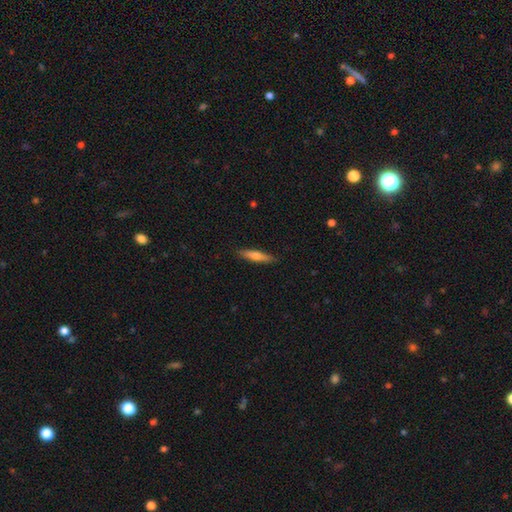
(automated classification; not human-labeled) smooth-or-featured: smooth: 66% | featured or disk: 28% | star or artifact: 6%
  how-rounded: cigar-shaped: 84% | in between: 15% | round: 2%
  merging: none: 89% | minor disturbance: 9% | major disturbance: 2% | merger: 1%